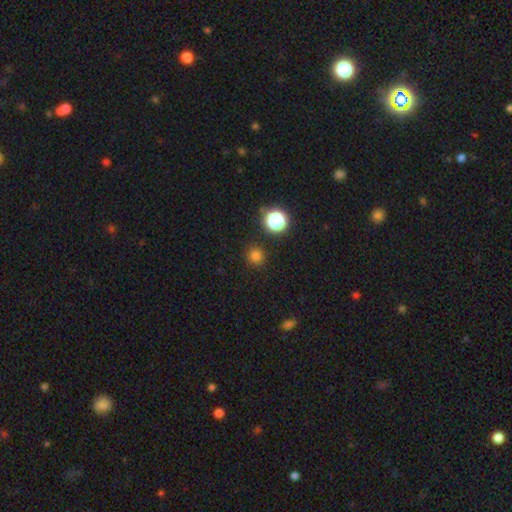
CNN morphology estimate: Smooth or featured?
  - smooth: 77% *
  - star or artifact: 19%
  - featured or disk: 4%
How rounded?
  - round: 93% *
  - in between: 6%
  - cigar-shaped: 1%
Merging?
  - none: 90% *
  - minor disturbance: 6%
  - major disturbance: 2%
  - merger: 2%